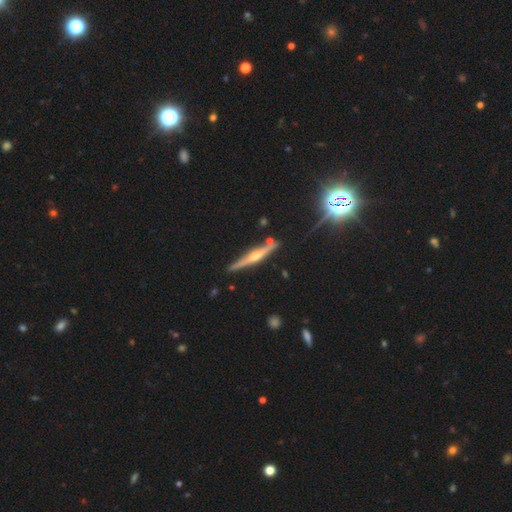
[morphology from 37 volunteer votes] Smooth or featured?
  - featured or disk: 70% *
  - smooth: 19%
  - star or artifact: 11%
Edge-on disk?
  - yes: 100% *
  - no: 0%
Edge-on bulge?
  - rounded: 88% *
  - none: 8%
  - boxy: 4%
Merging?
  - none: 91% *
  - minor disturbance: 9%
  - major disturbance: 0%
  - merger: 0%